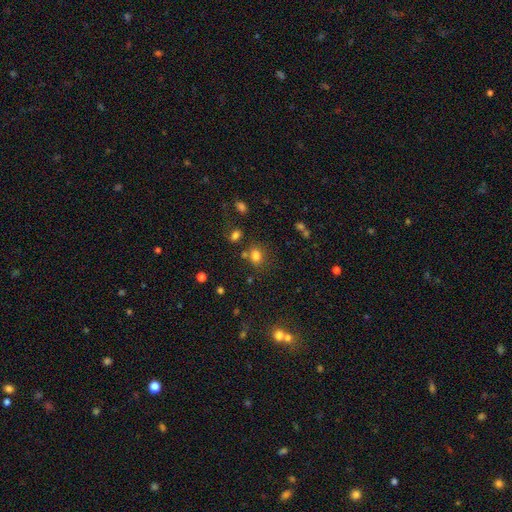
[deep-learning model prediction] Smooth or featured: smooth — 78% (star or artifact — 15%)
How rounded: in between — 54% (round — 45%)
Merging: none — 66% (minor disturbance — 14%)